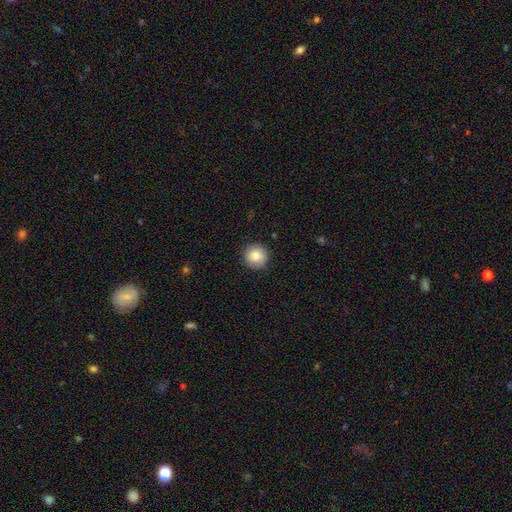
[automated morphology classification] Smooth or featured? smooth (84%)
How rounded? round (93%)
Merging? none (88%)